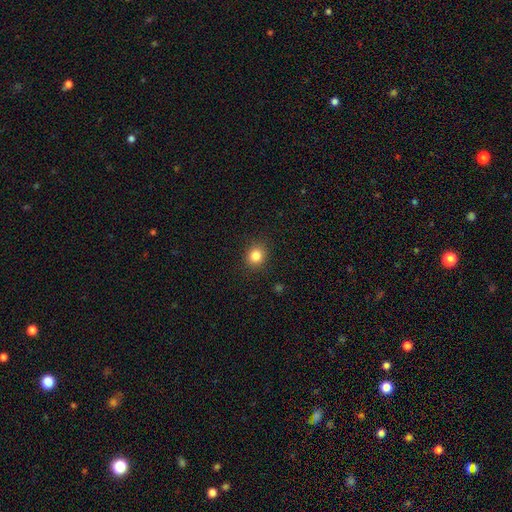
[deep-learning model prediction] Morphology: type=smooth (83%); roundness=round (76%); merging=none (89%).